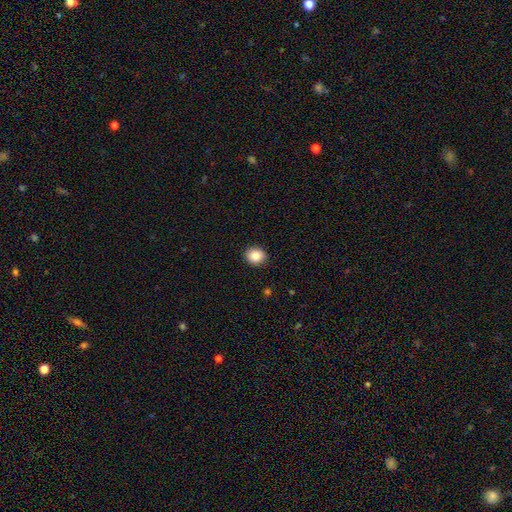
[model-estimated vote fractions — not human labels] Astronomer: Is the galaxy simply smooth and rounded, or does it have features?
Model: smooth — 85%.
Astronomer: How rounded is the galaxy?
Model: round — 68%.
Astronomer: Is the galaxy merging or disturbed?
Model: none — 91%.